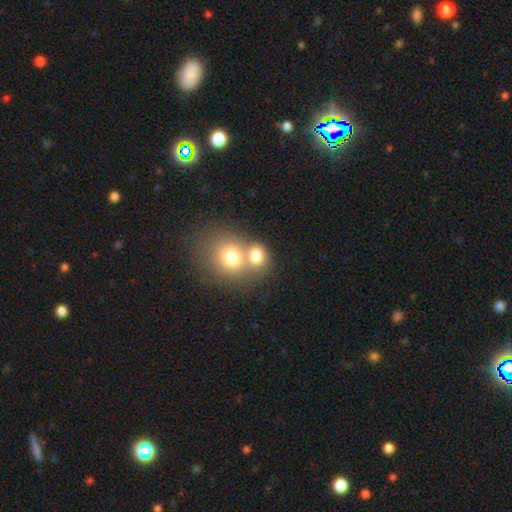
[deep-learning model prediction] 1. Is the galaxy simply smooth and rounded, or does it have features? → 74% smooth, 14% featured or disk, 12% star or artifact.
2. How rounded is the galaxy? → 67% round, 32% in between, 1% cigar-shaped.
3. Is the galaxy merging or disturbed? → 57% merger, 33% none, 6% minor disturbance, 3% major disturbance.